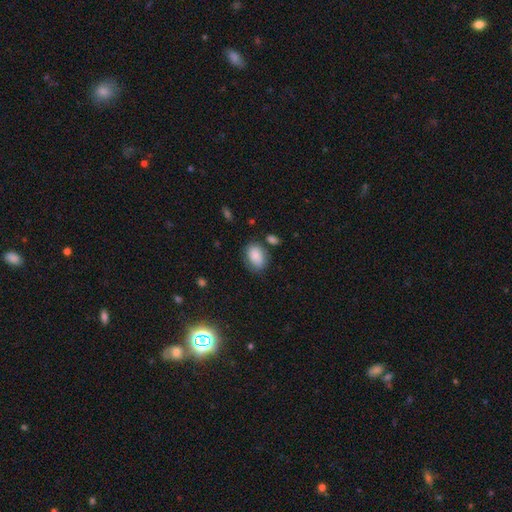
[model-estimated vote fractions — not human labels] Smooth or featured?
  - smooth: 86% *
  - star or artifact: 8%
  - featured or disk: 6%
How rounded?
  - in between: 84% *
  - round: 15%
  - cigar-shaped: 1%
Merging?
  - none: 70% *
  - minor disturbance: 18%
  - merger: 6%
  - major disturbance: 6%